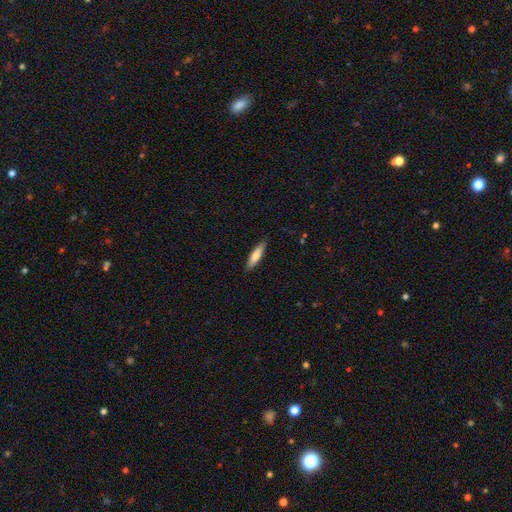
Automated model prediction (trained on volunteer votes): Smooth or featured? Predicted: smooth (p=0.74). How rounded? Predicted: cigar-shaped (p=0.75). Merging? Predicted: none (p=0.88).